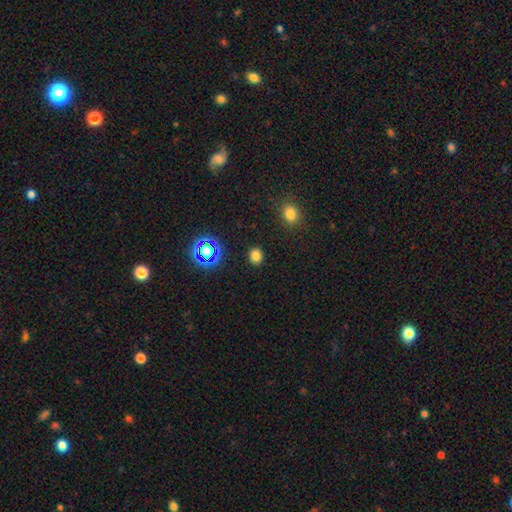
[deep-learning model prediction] This appears to be a smooth galaxy with no disk features (77%) that is round (67%). Merging: none (89%).